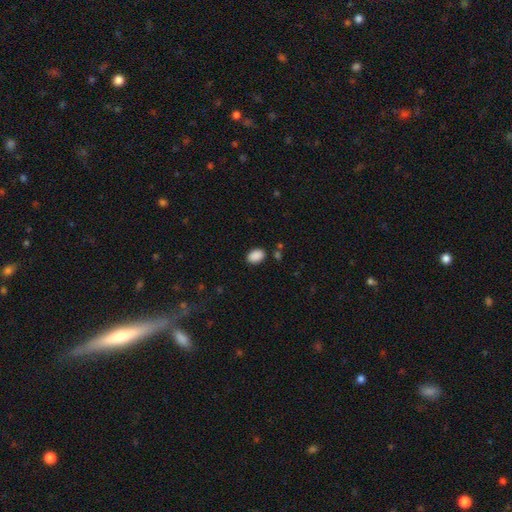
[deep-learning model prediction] The model was most divided on "how rounded": in between: 85%, round: 14%, cigar-shaped: 1%. More confident: smooth or featured — smooth (89%); merging — none (84%).